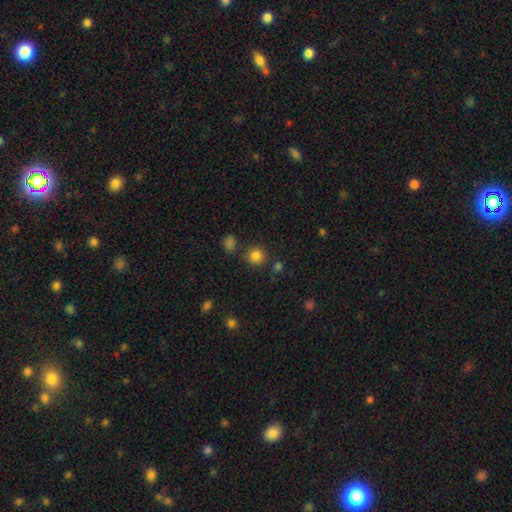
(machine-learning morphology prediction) This is clearly a smooth galaxy (83%). How rounded: clearly round (92%). Merging: clearly none (82%).